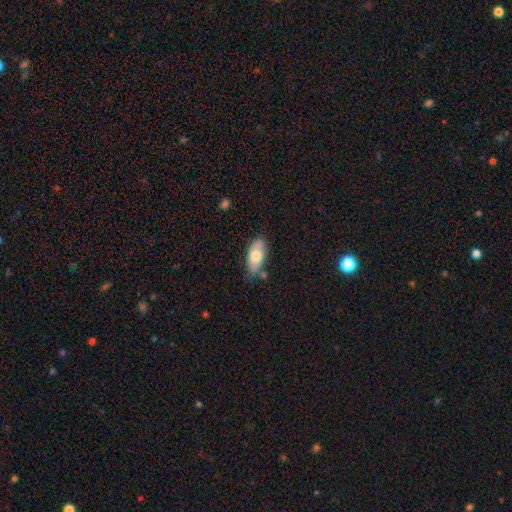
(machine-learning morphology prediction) A smooth galaxy with no disk features (71%) that is in between round and cigar-shaped (89%). Merging: none (66%).